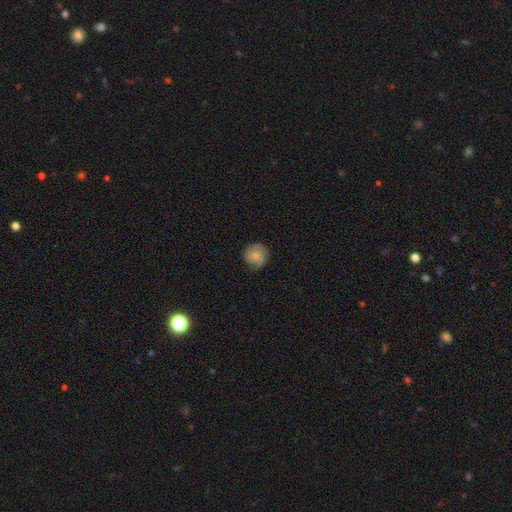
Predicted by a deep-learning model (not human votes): This appears to be a smooth galaxy with no disk features (73%) that is round (89%). Merging: none (72%).